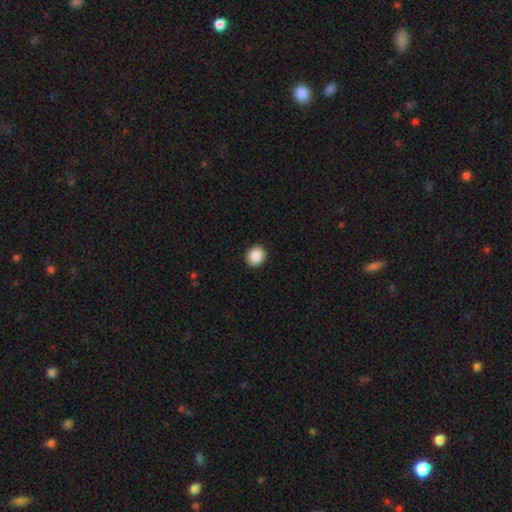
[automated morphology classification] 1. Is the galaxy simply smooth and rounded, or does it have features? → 89% smooth, 8% star or artifact, 3% featured or disk.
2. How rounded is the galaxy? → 75% round, 24% in between, 1% cigar-shaped.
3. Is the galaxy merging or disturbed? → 92% none, 5% minor disturbance, 2% major disturbance, 1% merger.